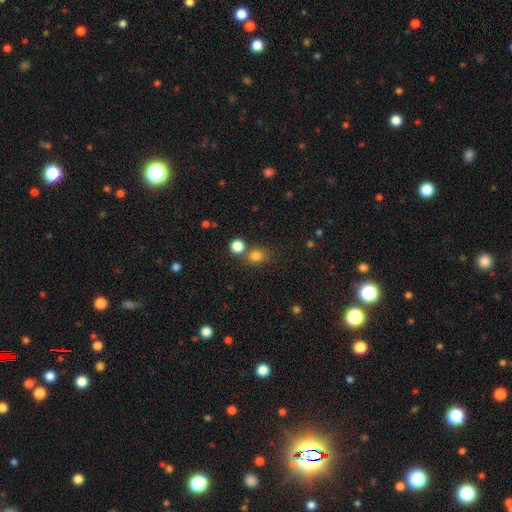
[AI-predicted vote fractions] The model was most divided on "merging": none: 63%, merger: 23%, minor disturbance: 10%, major disturbance: 4%. More confident: smooth or featured — smooth (80%); how rounded — round (71%).